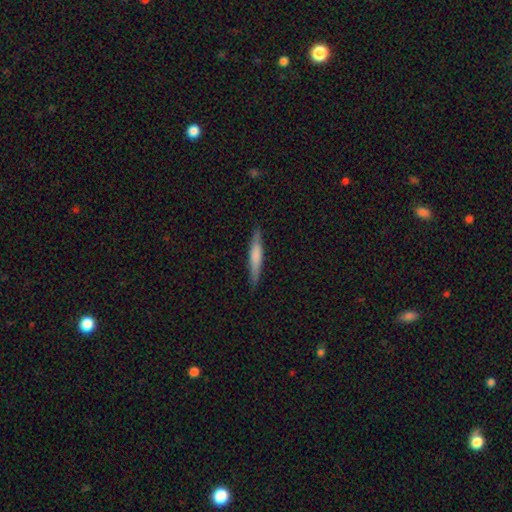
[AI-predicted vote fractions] A smooth galaxy with no disk features (62%) that is cigar-shaped (93%).

Vote fractions:
- Smooth or featured? smooth: 62% / featured or disk: 33% / star or artifact: 5%
- How rounded? cigar-shaped: 93% / in between: 6% / round: 1%
- Merging? none: 88% / minor disturbance: 9% / major disturbance: 2% / merger: 1%